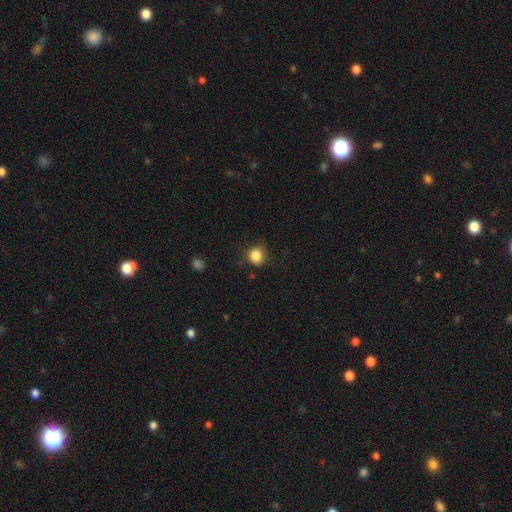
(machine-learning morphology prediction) A smooth galaxy with no disk features (86%) that is round (86%). Merging: none (82%).